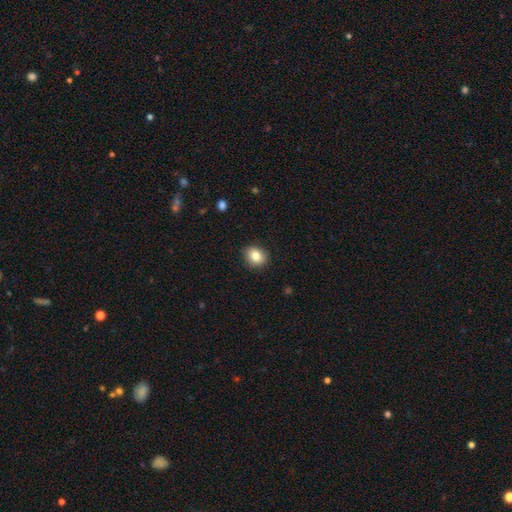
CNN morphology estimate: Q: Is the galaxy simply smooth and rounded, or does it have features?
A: smooth — 83%.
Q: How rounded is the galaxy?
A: round — 59%.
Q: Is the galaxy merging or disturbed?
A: none — 88%.